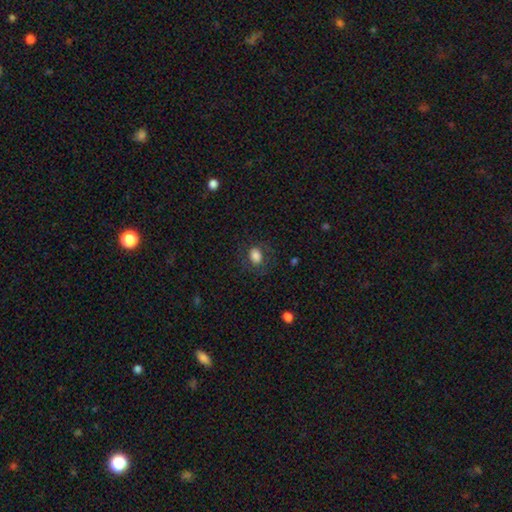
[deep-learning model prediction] Smooth or featured? Predicted: smooth (p=0.80). How rounded? Predicted: in between (p=0.59). Merging? Predicted: none (p=0.75).